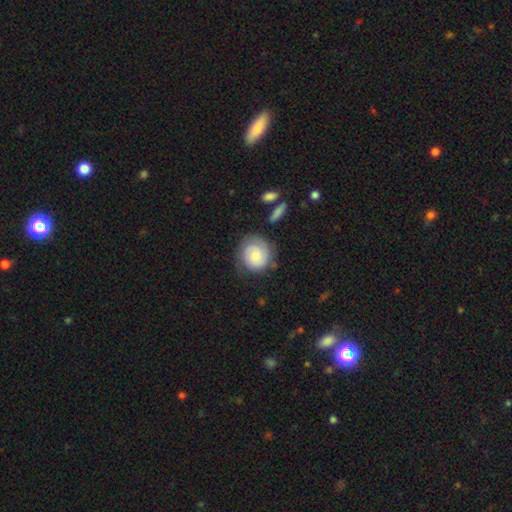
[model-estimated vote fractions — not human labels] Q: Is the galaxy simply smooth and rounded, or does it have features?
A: smooth — 58%.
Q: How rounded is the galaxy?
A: round — 84%.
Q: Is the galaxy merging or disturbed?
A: none — 70%.